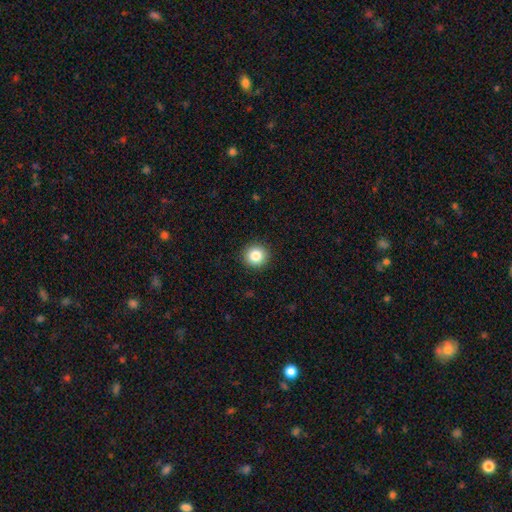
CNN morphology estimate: This appears to be a smooth galaxy with no disk features (85%) that is round (93%). Merging: none (92%).